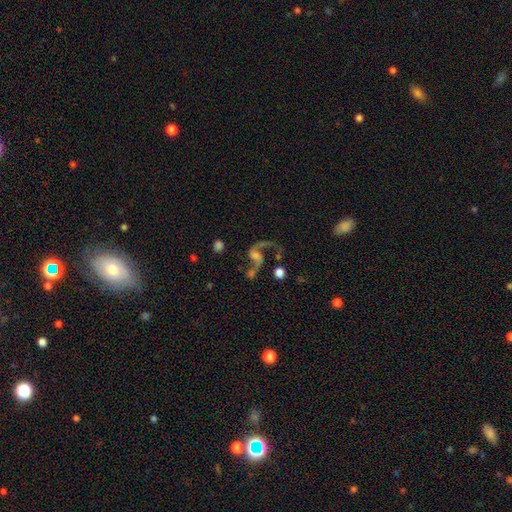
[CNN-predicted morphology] This is clearly a featured or disk galaxy (82%). It is clearly not viewed edge-on (97%). Bar: possibly no (48%). Spiral arm pattern: clearly yes (94%). Spiral arm count: clearly 2 (85%). Spiral winding: likely loose (79%). Central bulge: marginally none (36%). Merging: possibly none (46%).